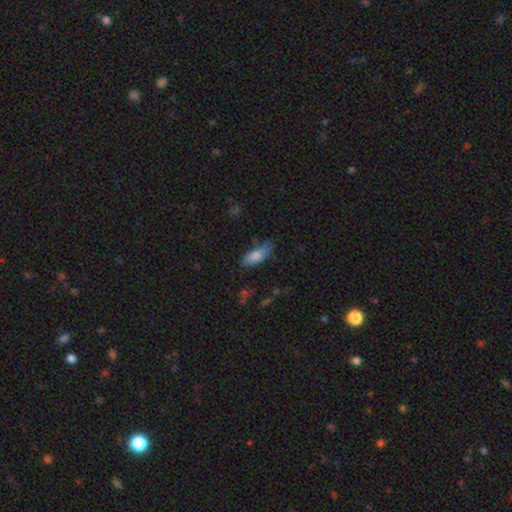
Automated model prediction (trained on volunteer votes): Smooth or featured? smooth (80%)
How rounded? in between (75%)
Merging? none (58%)